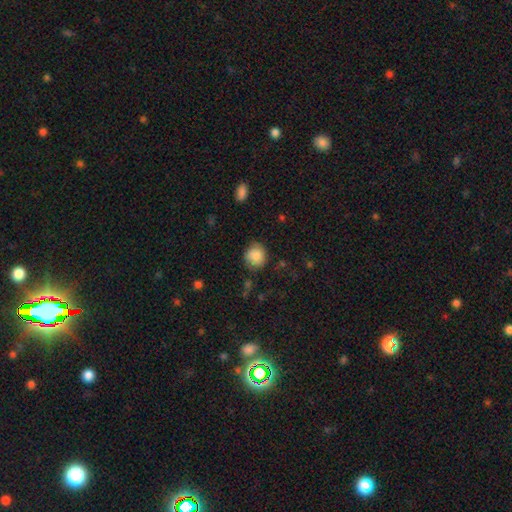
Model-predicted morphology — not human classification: Q: Smooth or featured?
A: smooth (86%); runner-up: star or artifact (8%)
Q: How rounded?
A: round (84%); runner-up: in between (15%)
Q: Merging?
A: none (78%); runner-up: minor disturbance (16%)